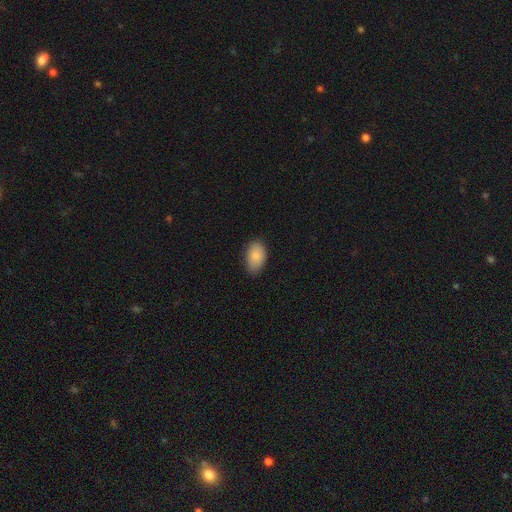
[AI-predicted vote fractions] Morphology: type=smooth (85%); roundness=in between (92%); merging=none (77%).